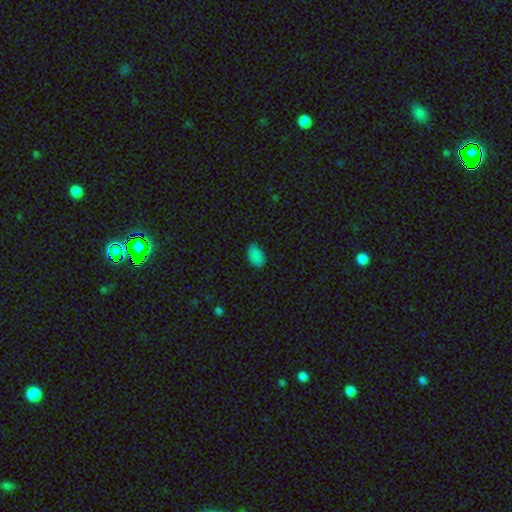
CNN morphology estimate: Smooth or featured?
  - smooth: 84% *
  - star or artifact: 13%
  - featured or disk: 4%
How rounded?
  - in between: 92% *
  - round: 6%
  - cigar-shaped: 1%
Merging?
  - none: 76% *
  - minor disturbance: 20%
  - major disturbance: 3%
  - merger: 1%